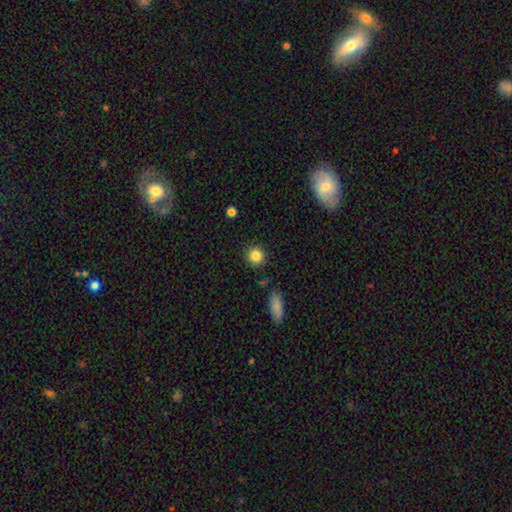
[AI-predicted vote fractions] A smooth galaxy with no disk features (85%) that is round (91%). Merging: none (88%).